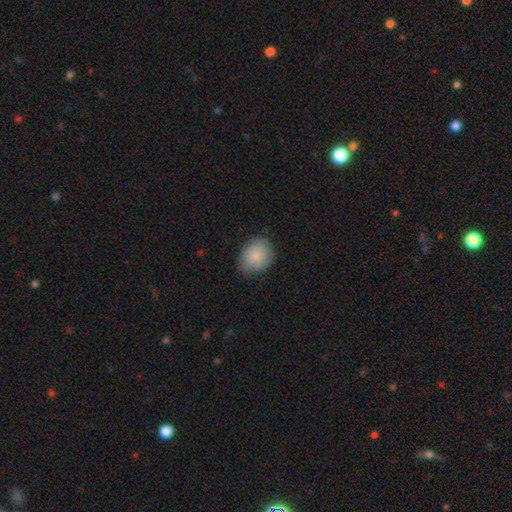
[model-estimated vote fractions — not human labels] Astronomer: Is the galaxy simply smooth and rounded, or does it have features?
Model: smooth — 84%.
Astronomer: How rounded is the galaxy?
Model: in between — 54% (runner-up: round, 45%).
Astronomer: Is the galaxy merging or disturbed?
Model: none — 77%.